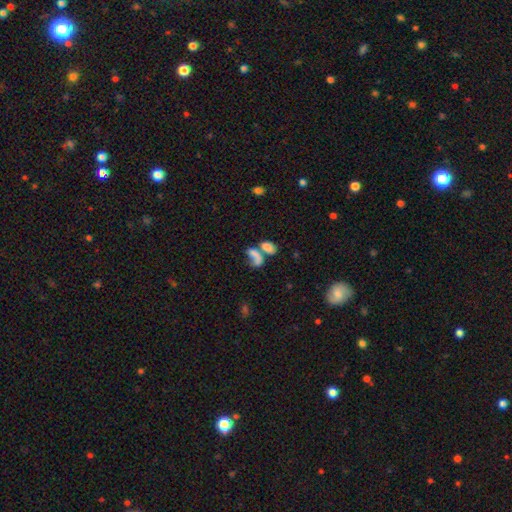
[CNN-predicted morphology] Smooth or featured? smooth (68%)
How rounded? in between (83%)
Merging? merger (63%)